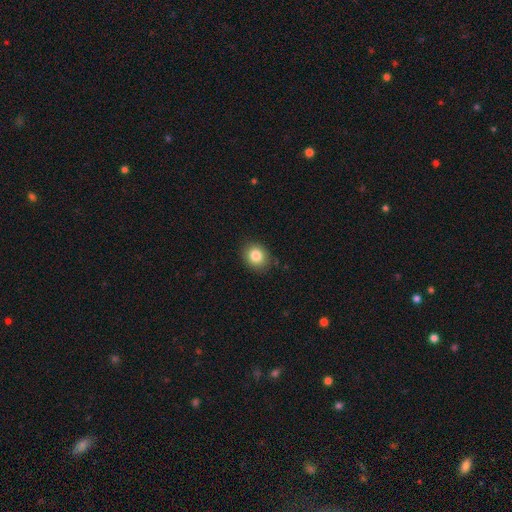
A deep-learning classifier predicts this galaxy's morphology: smooth 83%, star or artifact 10%, featured or disk 7%. Down the decision tree: how rounded — round (68%); merging — none (86%).